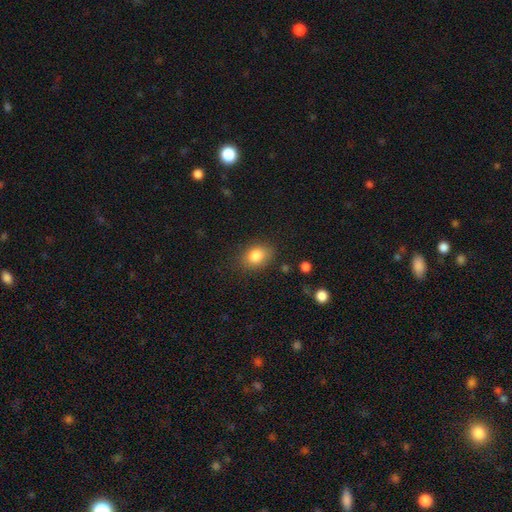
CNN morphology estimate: A smooth galaxy with no disk features (83%) that is in between round and cigar-shaped (67%).

Vote fractions:
- Smooth or featured? smooth: 83% / star or artifact: 9% / featured or disk: 8%
- How rounded? in between: 67% / round: 32% / cigar-shaped: 1%
- Merging? none: 81% / minor disturbance: 13% / major disturbance: 4% / merger: 2%